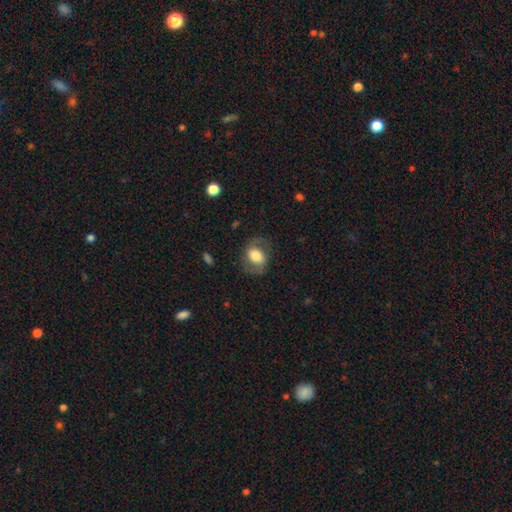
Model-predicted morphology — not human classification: Smooth or featured: smooth — 53% (featured or disk — 40%)
How rounded: in between — 65% (round — 34%)
Merging: none — 70% (minor disturbance — 17%)